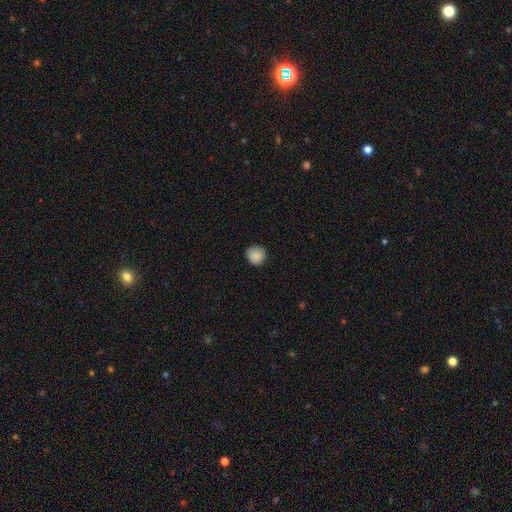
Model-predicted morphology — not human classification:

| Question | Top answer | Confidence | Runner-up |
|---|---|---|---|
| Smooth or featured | smooth | 87% | star or artifact (8%) |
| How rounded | round | 91% | in between (8%) |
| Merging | none | 86% | minor disturbance (11%) |